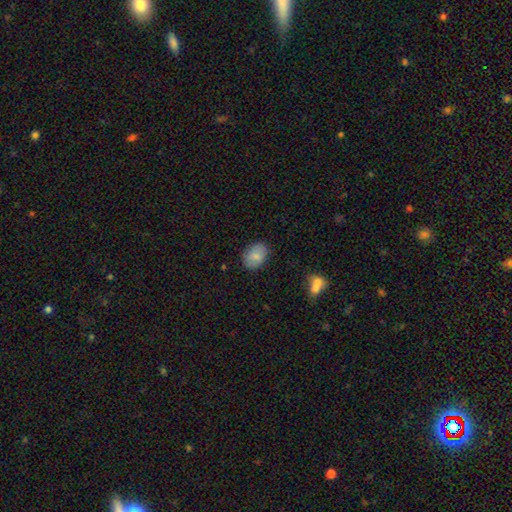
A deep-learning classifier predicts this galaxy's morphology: Overall: smooth (81%). How rounded: in between (71%). Merging: none (83%).